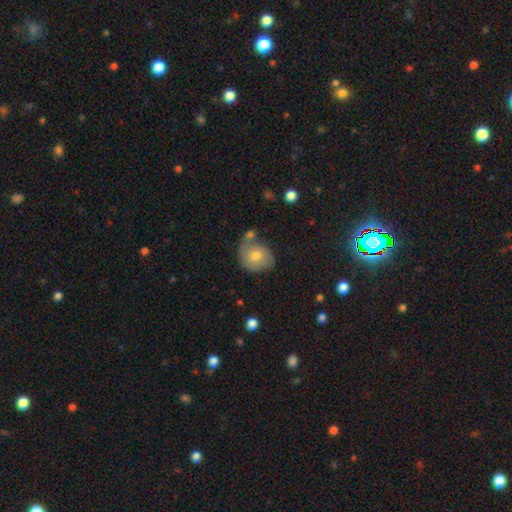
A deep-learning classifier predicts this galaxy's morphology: This appears to be a smooth galaxy with no disk features (54%) that is round (71%). Merging: none (49%).